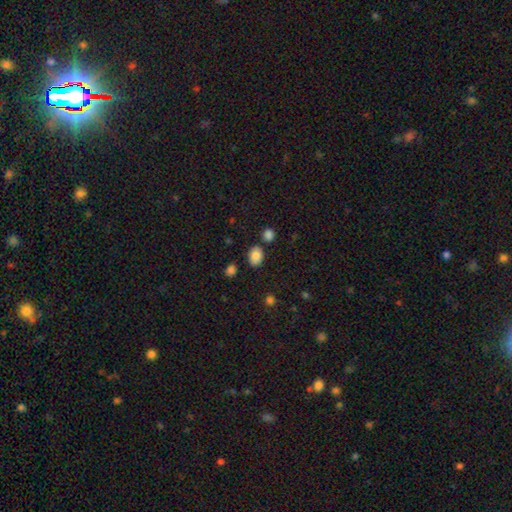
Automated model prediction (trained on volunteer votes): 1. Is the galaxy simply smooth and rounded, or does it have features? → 84% smooth, 9% star or artifact, 7% featured or disk.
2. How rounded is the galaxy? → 73% in between, 26% round, 1% cigar-shaped.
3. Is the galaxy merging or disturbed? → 79% none, 11% minor disturbance, 7% merger, 3% major disturbance.